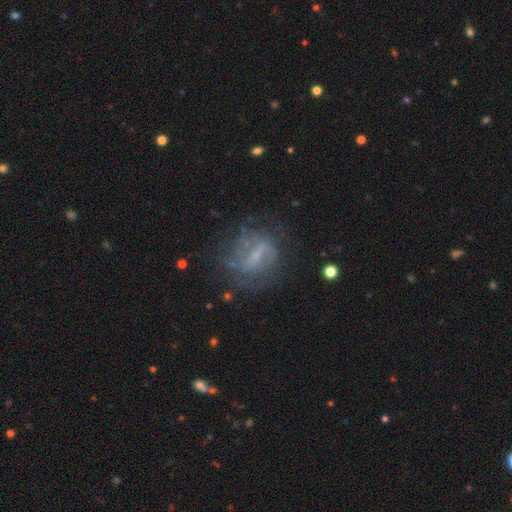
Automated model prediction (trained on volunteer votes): This is likely a featured or disk galaxy (71%). It is clearly not viewed edge-on (95%). Bar: possibly weak (46%). Spiral arm pattern: likely yes (75%). Spiral arm count: marginally can't tell (40%). Spiral winding: marginally medium (39%). Central bulge: marginally small (41%). Merging: likely none (62%).